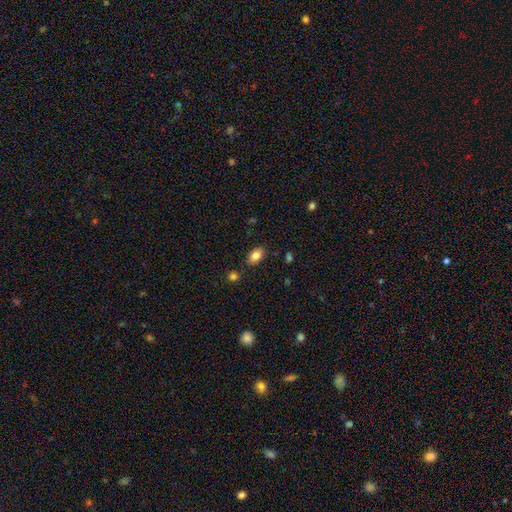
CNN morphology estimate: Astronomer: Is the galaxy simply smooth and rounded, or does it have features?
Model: smooth — 83%.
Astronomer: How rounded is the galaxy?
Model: in between — 91%.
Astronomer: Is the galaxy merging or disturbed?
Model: none — 84%.